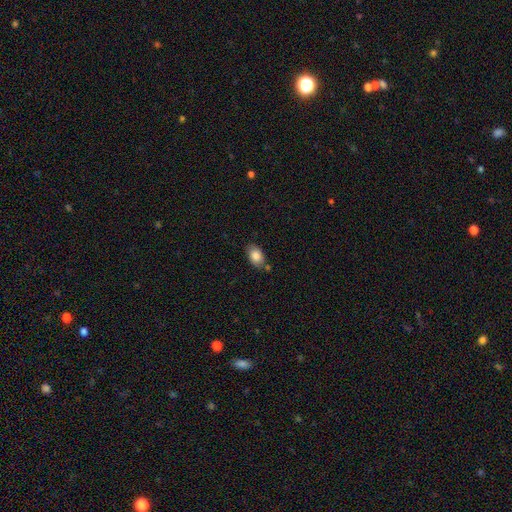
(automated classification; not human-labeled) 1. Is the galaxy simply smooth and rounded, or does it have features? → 84% smooth, 9% featured or disk, 8% star or artifact.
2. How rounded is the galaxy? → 86% in between, 13% round, 2% cigar-shaped.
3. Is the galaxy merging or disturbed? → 72% none, 17% minor disturbance, 8% merger, 4% major disturbance.